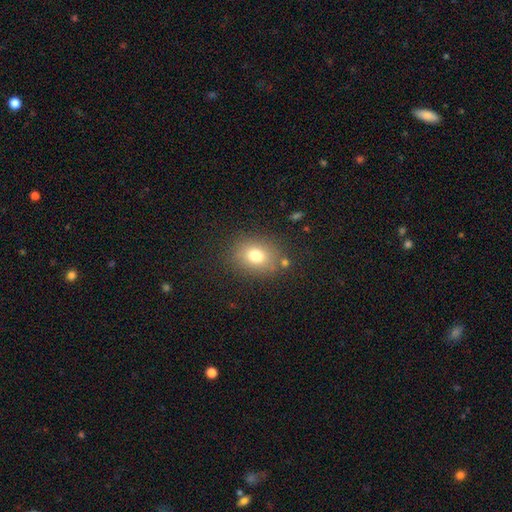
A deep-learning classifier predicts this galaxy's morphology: smooth_or_featured: smooth (p=0.77) [alt: star or artifact p=0.12]
how_rounded: in between (p=0.55) [alt: round p=0.44]
merging: none (p=0.80) [alt: minor disturbance p=0.12]